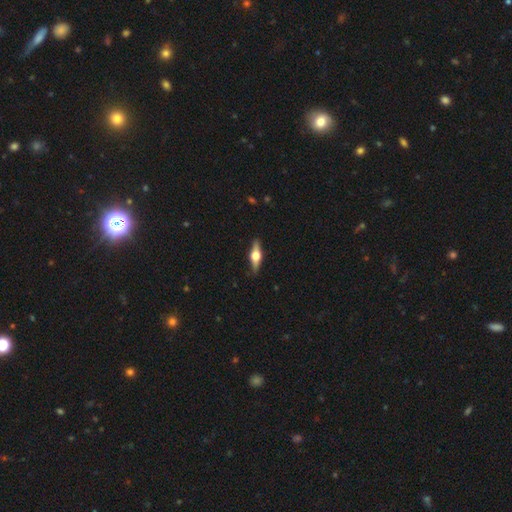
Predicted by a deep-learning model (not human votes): Smooth or featured: featured or disk — 65% (smooth — 29%)
Edge-on disk: yes — 95% (no — 5%)
Edge-on bulge: rounded — 95% (boxy — 4%)
Merging: none — 88% (minor disturbance — 9%)